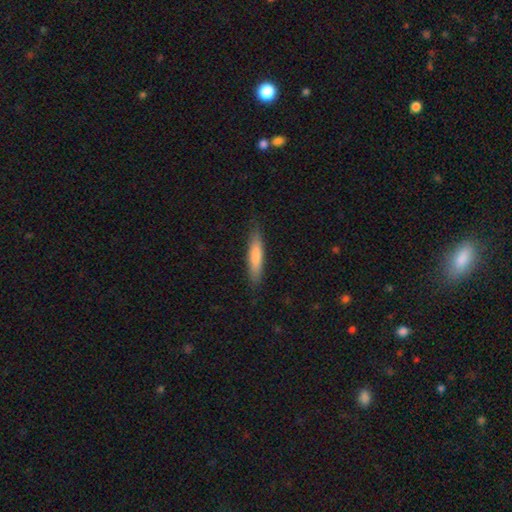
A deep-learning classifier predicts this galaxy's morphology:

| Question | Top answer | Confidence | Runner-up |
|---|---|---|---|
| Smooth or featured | smooth | 68% | featured or disk (26%) |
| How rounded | cigar-shaped | 89% | in between (10%) |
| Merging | none | 88% | minor disturbance (10%) |